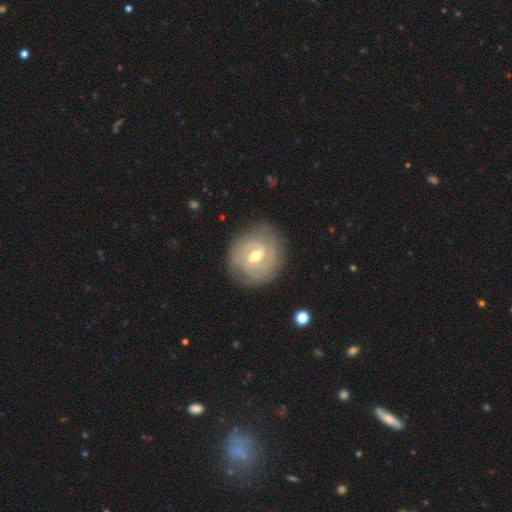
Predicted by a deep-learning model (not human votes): Smooth or featured? Predicted: featured or disk (p=0.83). Edge-on disk? Predicted: no (p=0.97). Bar? Predicted: weak (p=0.57). Spiral arms? Predicted: yes (p=0.94). Spiral winding? Predicted: tight (p=0.65). Spiral arm count? Predicted: 2 (p=0.53). Bulge size? Predicted: moderate (p=0.68). Merging? Predicted: none (p=0.82).